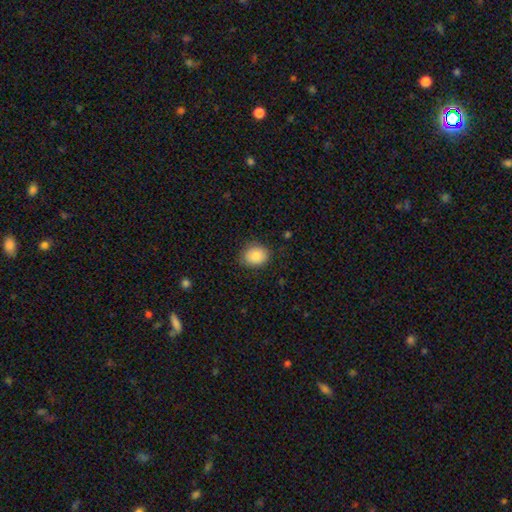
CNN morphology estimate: smooth 85%, star or artifact 8%, featured or disk 7%. Down the decision tree: how rounded — round (64%); merging — none (83%).